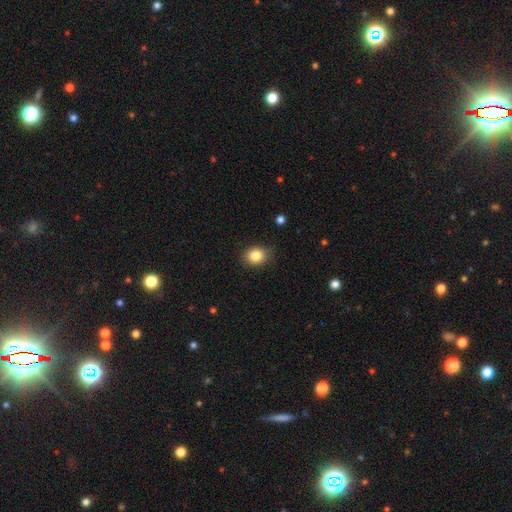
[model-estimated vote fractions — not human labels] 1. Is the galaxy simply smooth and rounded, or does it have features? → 84% smooth, 10% star or artifact, 6% featured or disk.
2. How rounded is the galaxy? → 52% round, 47% in between, 1% cigar-shaped.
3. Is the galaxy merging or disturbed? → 85% none, 12% minor disturbance, 3% major disturbance, 1% merger.